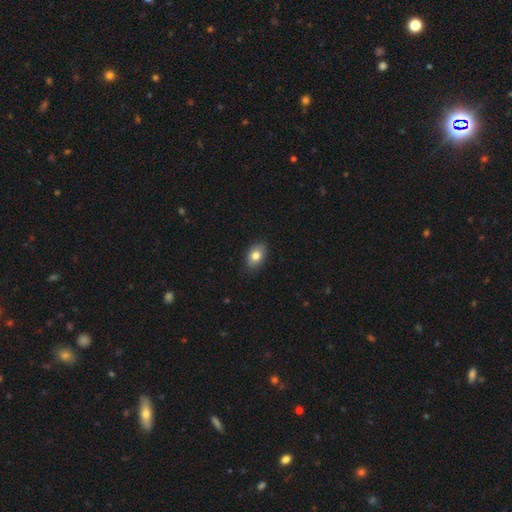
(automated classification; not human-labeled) smooth-or-featured: smooth: 80% | featured or disk: 12% | star or artifact: 8%
  how-rounded: in between: 81% | round: 18% | cigar-shaped: 1%
  merging: none: 86% | minor disturbance: 11% | major disturbance: 2% | merger: 1%